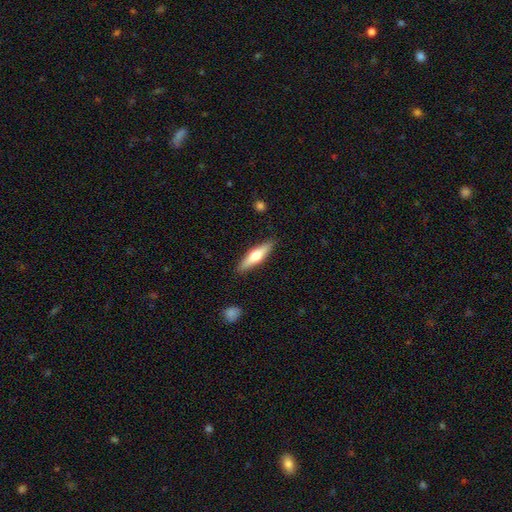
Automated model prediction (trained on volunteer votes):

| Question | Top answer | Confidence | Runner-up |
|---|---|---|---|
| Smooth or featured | smooth | 50% | featured or disk (45%) |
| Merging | none | 88% | minor disturbance (9%) |